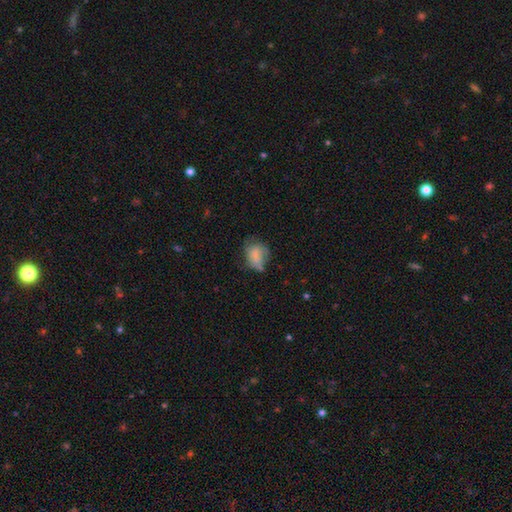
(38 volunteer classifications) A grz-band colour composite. It shows a smooth galaxy with no disk features (79%) that is round (57%). Merging: none (46%).